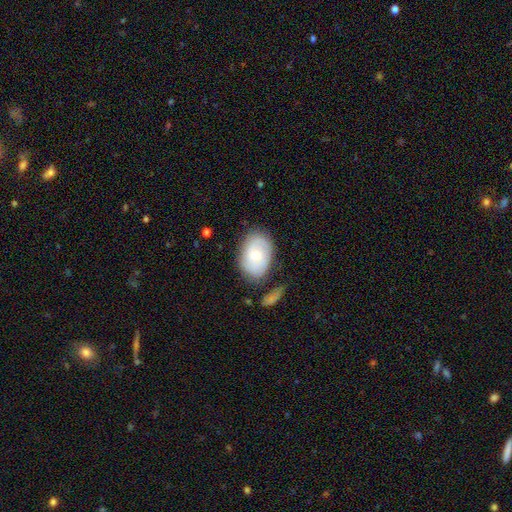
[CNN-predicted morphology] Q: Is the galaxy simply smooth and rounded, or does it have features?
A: smooth — 58%.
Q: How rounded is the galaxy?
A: in between — 82%.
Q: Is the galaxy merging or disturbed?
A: none — 70%.